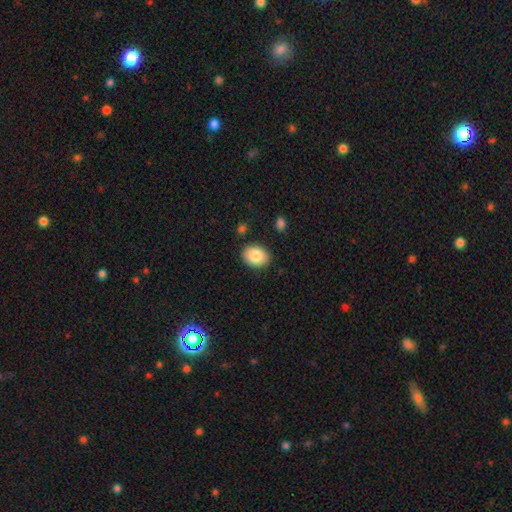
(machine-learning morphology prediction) smooth_or_featured: smooth (p=0.86) [alt: star or artifact p=0.07]
how_rounded: in between (p=0.69) [alt: round p=0.30]
merging: none (p=0.87) [alt: minor disturbance p=0.09]